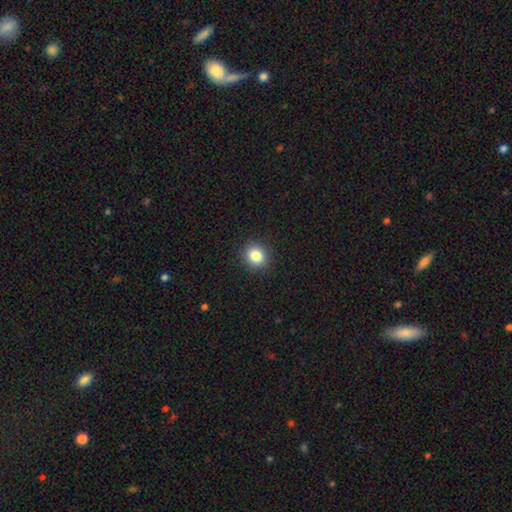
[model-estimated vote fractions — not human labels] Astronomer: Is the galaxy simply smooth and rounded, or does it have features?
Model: smooth — 83%.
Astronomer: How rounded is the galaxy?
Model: round — 82%.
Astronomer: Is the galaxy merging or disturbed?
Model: none — 91%.